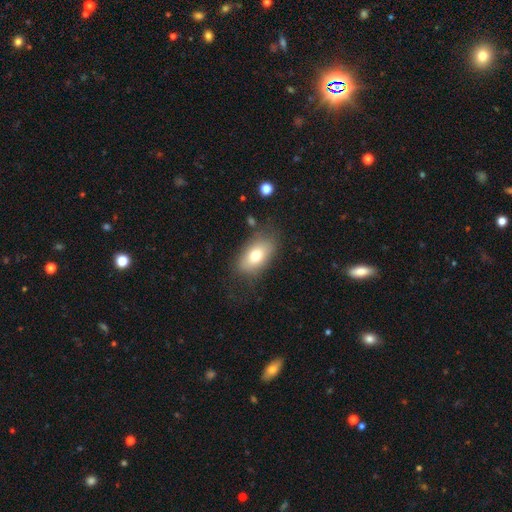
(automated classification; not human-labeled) Smooth or featured: smooth — 74% (featured or disk — 18%)
How rounded: in between — 90% (round — 8%)
Merging: none — 75% (minor disturbance — 16%)